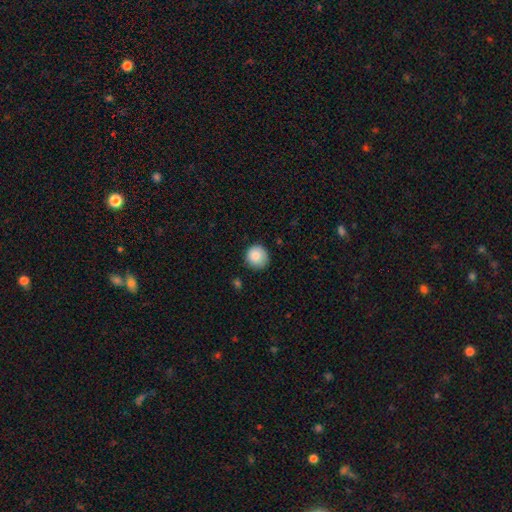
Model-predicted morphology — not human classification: A smooth galaxy with no disk features (85%) that is round (92%). Merging: none (83%).